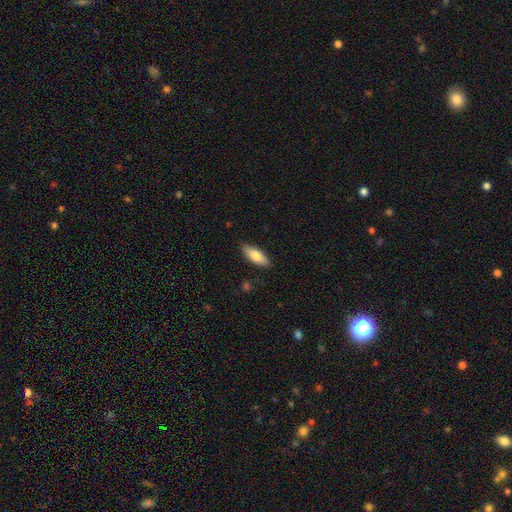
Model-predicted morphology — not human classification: Smooth or featured?
  - smooth: 79% *
  - featured or disk: 15%
  - star or artifact: 6%
How rounded?
  - in between: 72% *
  - cigar-shaped: 26%
  - round: 2%
Merging?
  - none: 87% *
  - minor disturbance: 10%
  - major disturbance: 2%
  - merger: 1%